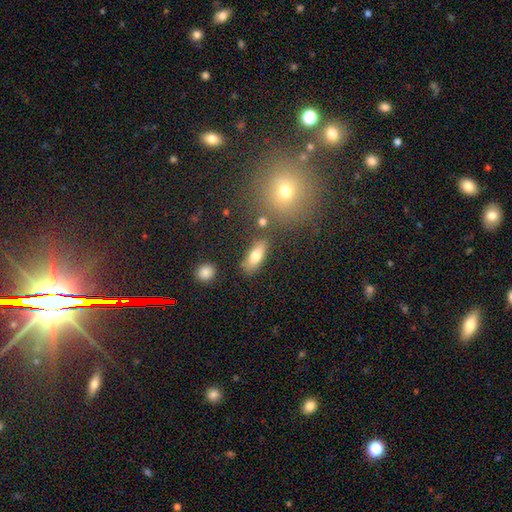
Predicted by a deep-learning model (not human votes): A smooth galaxy with no disk features (74%) that is in between round and cigar-shaped (69%). Merging: none (76%).